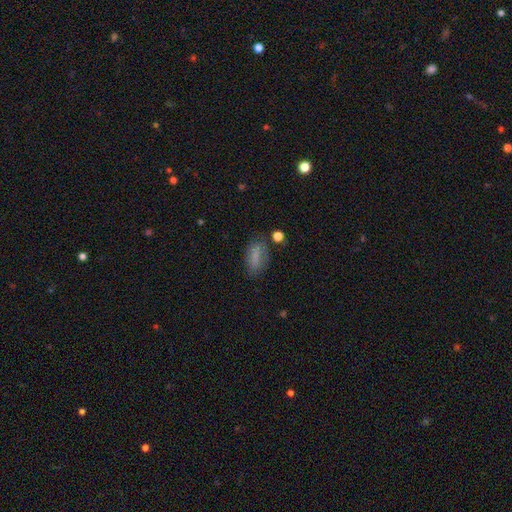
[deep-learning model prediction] A smooth galaxy with no disk features (77%) that is in between round and cigar-shaped (82%).

Vote fractions:
- Smooth or featured? smooth: 77% / featured or disk: 13% / star or artifact: 10%
- How rounded? in between: 82% / cigar-shaped: 12% / round: 6%
- Merging? none: 70% / minor disturbance: 19% / major disturbance: 7% / merger: 4%